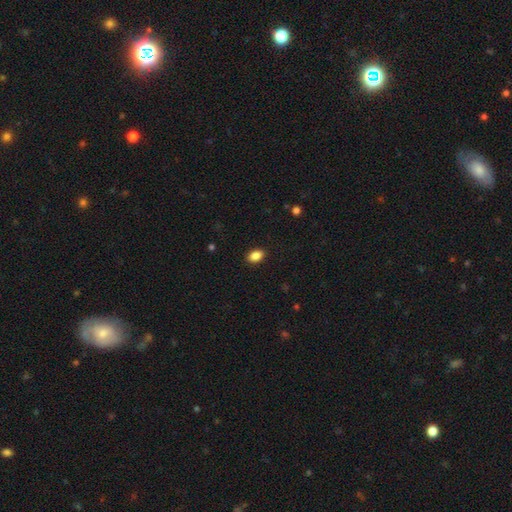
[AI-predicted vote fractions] This is clearly a smooth galaxy (87%). How rounded: clearly in between (86%). Merging: clearly none (90%).